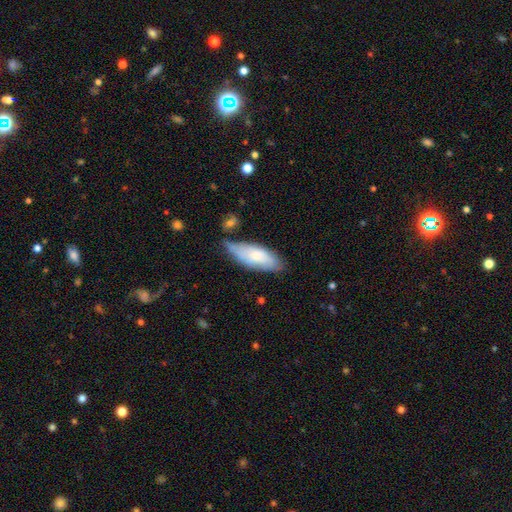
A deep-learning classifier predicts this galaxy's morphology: A smooth galaxy with no disk features (69%) that is in between round and cigar-shaped (74%). Merging: none (57%).